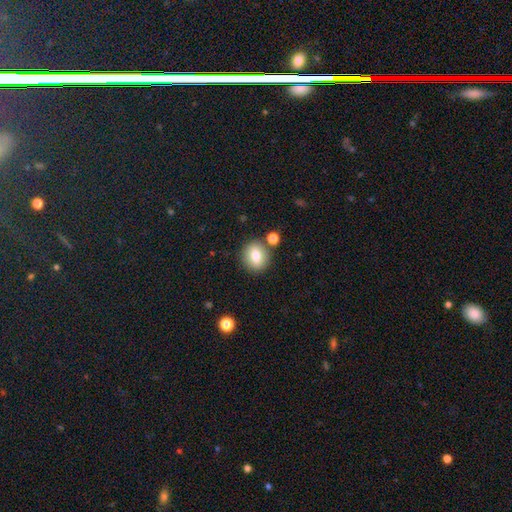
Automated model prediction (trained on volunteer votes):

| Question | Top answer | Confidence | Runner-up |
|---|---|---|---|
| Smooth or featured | smooth | 78% | featured or disk (13%) |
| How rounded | round | 74% | in between (25%) |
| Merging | none | 80% | minor disturbance (9%) |